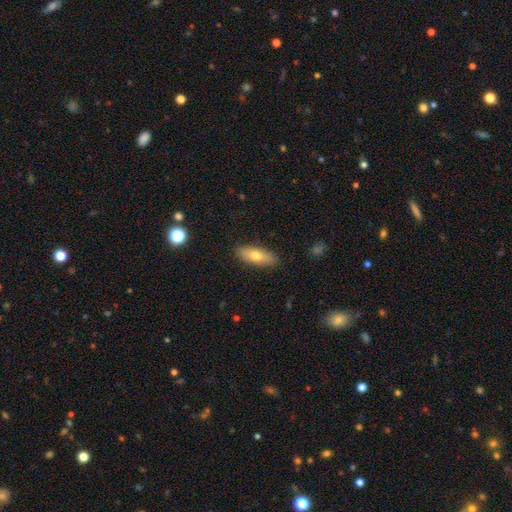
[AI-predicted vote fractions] The model was most divided on "how rounded": in between: 66%, cigar-shaped: 31%, round: 3%. More confident: merging — none (88%); smooth or featured — smooth (71%).